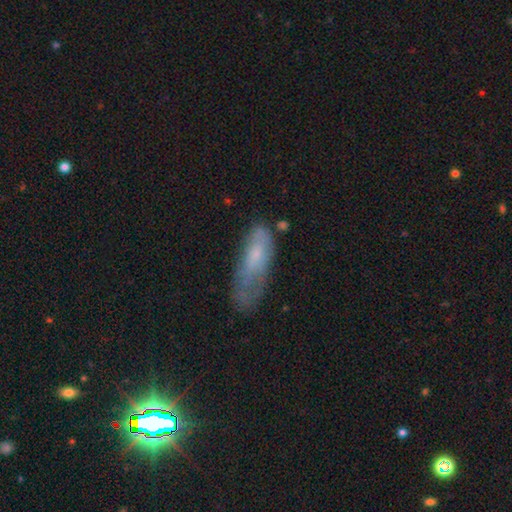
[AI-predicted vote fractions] Smooth or featured? Predicted: smooth (p=0.58). How rounded? Predicted: in between (p=0.58). Merging? Predicted: minor disturbance (p=0.34).